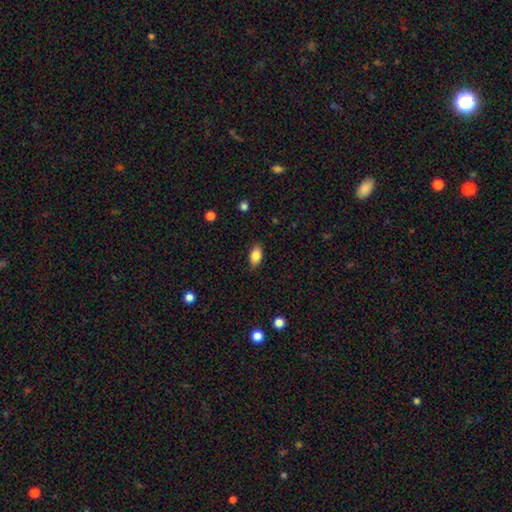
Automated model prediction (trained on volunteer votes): Overall: smooth (84%). How rounded: in between (89%). Merging: none (85%).